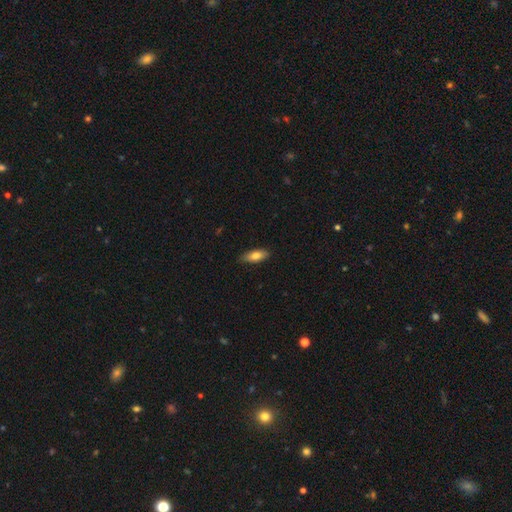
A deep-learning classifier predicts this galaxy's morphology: This is likely a smooth galaxy (77%). How rounded: likely in between (72%). Merging: clearly none (84%).